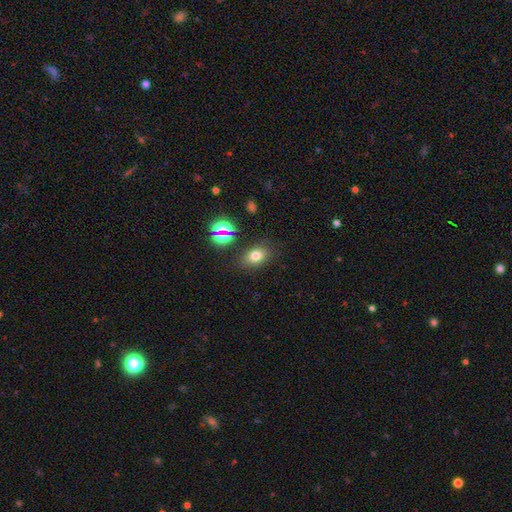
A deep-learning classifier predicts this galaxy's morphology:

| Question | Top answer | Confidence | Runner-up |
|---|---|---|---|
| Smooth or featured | smooth | 71% | star or artifact (19%) |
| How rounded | in between | 72% | round (26%) |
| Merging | none | 80% | minor disturbance (11%) |